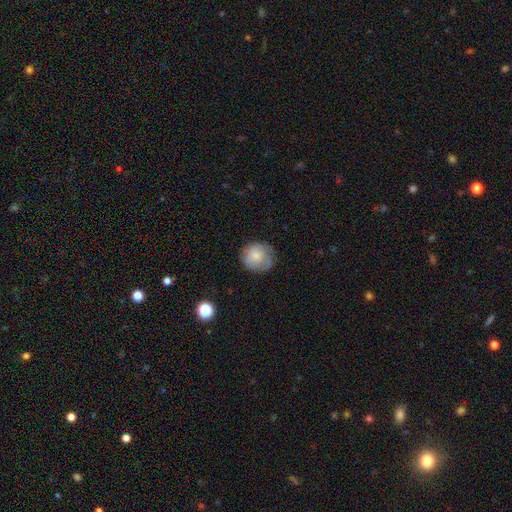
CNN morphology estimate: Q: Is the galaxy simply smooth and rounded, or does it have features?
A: smooth — 74%.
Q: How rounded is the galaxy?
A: round — 86%.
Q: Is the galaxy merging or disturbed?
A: none — 67%.